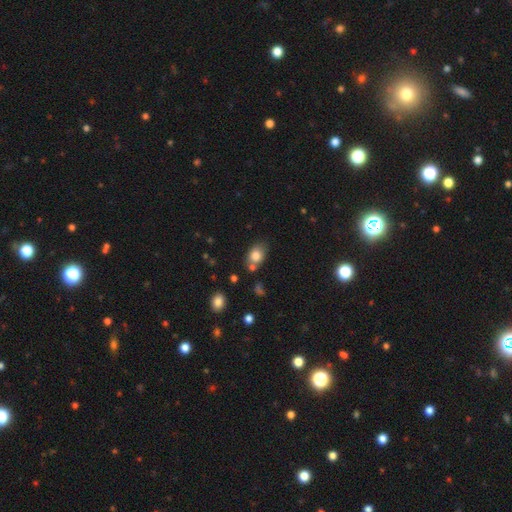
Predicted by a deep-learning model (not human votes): Smooth or featured?
  - smooth: 81% *
  - star or artifact: 10%
  - featured or disk: 10%
How rounded?
  - in between: 67% *
  - round: 32%
  - cigar-shaped: 1%
Merging?
  - none: 63% *
  - minor disturbance: 17%
  - merger: 16%
  - major disturbance: 4%